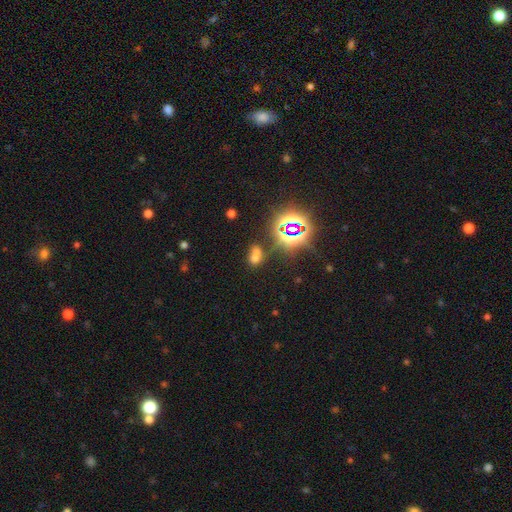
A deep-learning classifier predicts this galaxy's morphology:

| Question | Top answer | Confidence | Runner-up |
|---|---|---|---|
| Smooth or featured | smooth | 54% | star or artifact (35%) |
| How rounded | in between | 71% | round (26%) |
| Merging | none | 41% | merger (37%) |